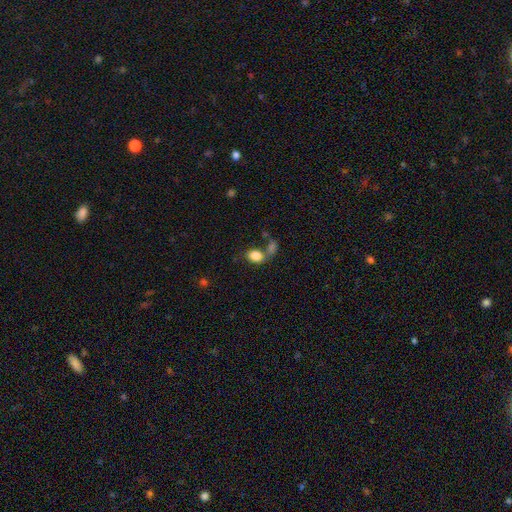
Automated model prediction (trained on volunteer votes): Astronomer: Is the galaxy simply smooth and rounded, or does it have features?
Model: smooth — 83%.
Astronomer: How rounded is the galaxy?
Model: in between — 69%.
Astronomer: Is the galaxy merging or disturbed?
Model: none — 43% (runner-up: merger, 34%).